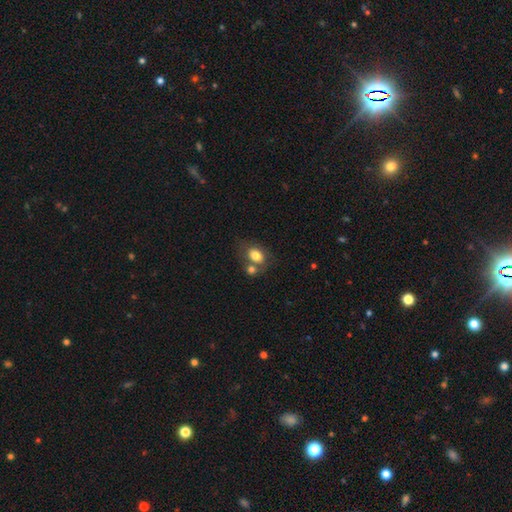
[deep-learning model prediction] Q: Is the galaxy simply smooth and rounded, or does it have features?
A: smooth — 80%.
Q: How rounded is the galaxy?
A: in between — 70%.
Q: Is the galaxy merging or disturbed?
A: none — 49%.